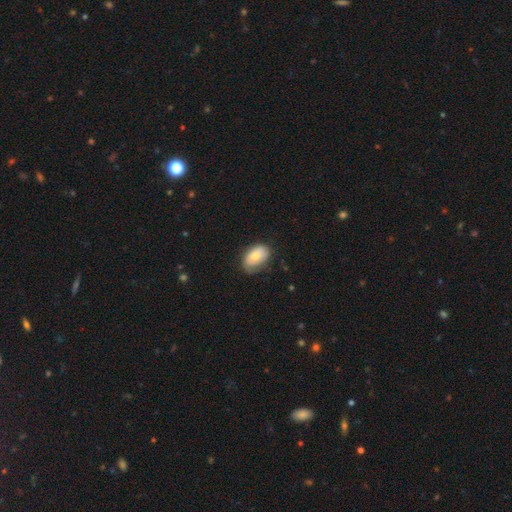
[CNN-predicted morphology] Overall: smooth (73%). How rounded: in between (91%). Merging: none (63%; minor disturbance 29%).